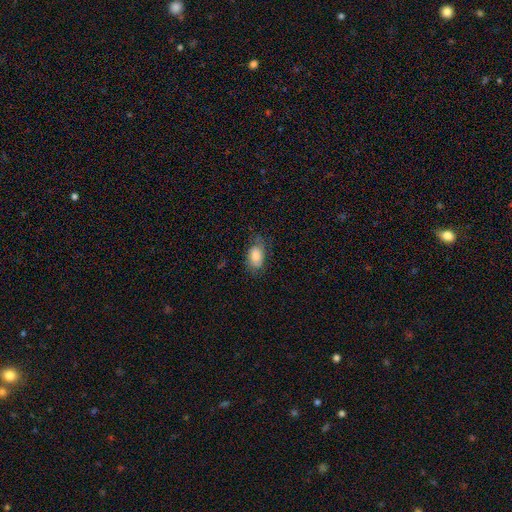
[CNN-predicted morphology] A smooth galaxy with no disk features (75%) that is in between round and cigar-shaped (88%). Merging: none (63%).